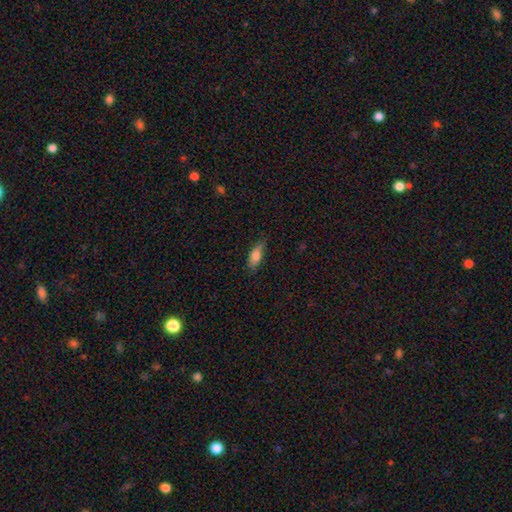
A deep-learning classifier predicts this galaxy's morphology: Smooth or featured?
  - smooth: 76% *
  - featured or disk: 17%
  - star or artifact: 7%
How rounded?
  - in between: 72% *
  - cigar-shaped: 25%
  - round: 3%
Merging?
  - none: 78% *
  - minor disturbance: 17%
  - major disturbance: 3%
  - merger: 1%